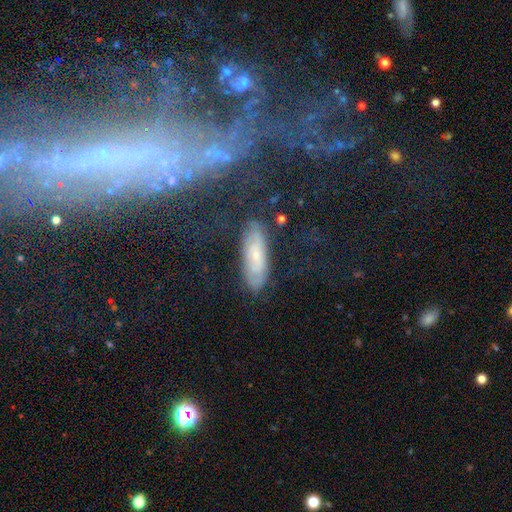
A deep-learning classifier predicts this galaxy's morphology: A smooth galaxy with no disk features (45%).

Vote fractions:
- Smooth or featured? smooth: 45% / featured or disk: 42% / star or artifact: 13%
- Merging? none: 78% / minor disturbance: 15% / major disturbance: 5% / merger: 2%